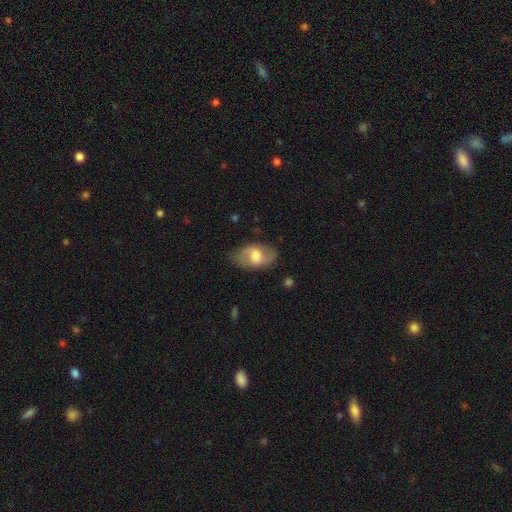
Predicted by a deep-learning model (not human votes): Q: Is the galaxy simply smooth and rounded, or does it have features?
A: featured or disk — 50%.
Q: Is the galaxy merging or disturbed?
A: none — 76%.